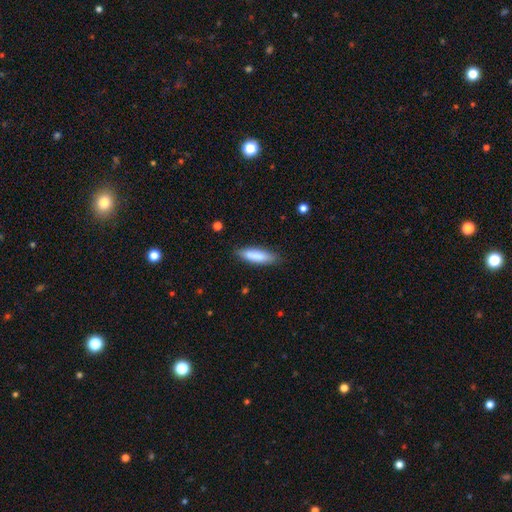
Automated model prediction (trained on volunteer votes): smooth-or-featured: smooth: 85% | featured or disk: 10% | star or artifact: 6%
  how-rounded: cigar-shaped: 60% | in between: 38% | round: 1%
  merging: none: 85% | minor disturbance: 11% | major disturbance: 2% | merger: 1%